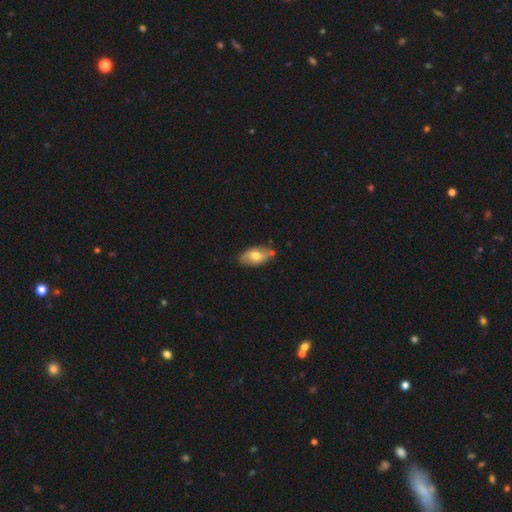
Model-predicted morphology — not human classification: A smooth galaxy with no disk features (64%) that is in between round and cigar-shaped (92%).

Vote fractions:
- Smooth or featured? smooth: 64% / featured or disk: 30% / star or artifact: 7%
- How rounded? in between: 92% / round: 5% / cigar-shaped: 3%
- Merging? none: 73% / minor disturbance: 17% / merger: 7% / major disturbance: 3%